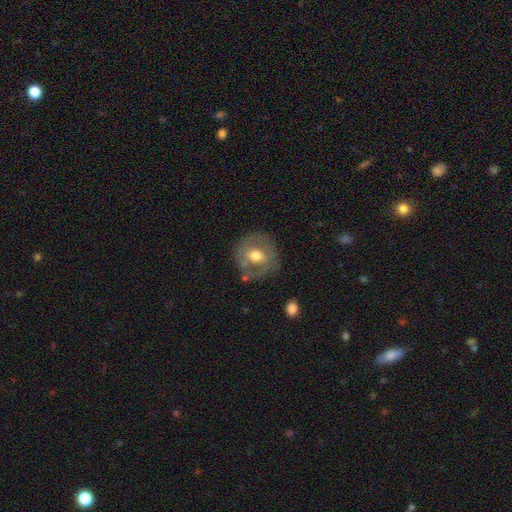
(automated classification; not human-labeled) A featured or disk galaxy (47%). Merging: none (74%).